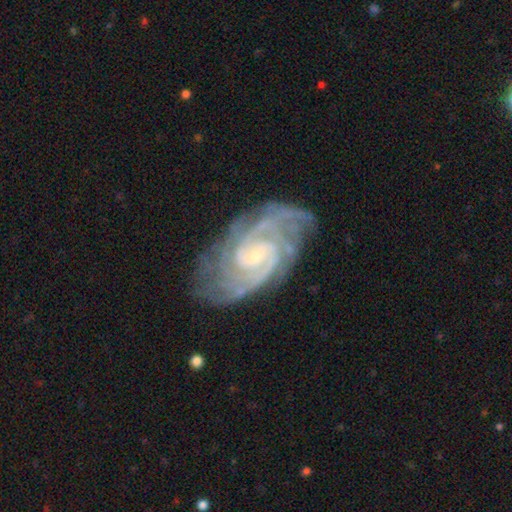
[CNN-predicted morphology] Q: Smooth or featured?
A: featured or disk (91%); runner-up: star or artifact (5%)
Q: Edge-on disk?
A: no (97%); runner-up: yes (3%)
Q: Bar?
A: no (47%); runner-up: weak (40%)
Q: Spiral arms?
A: yes (98%); runner-up: no (2%)
Q: Spiral winding?
A: tight (65%); runner-up: medium (30%)
Q: Spiral arm count?
A: 2 (33%); runner-up: 3 (19%)
Q: Bulge size?
A: small (81%); runner-up: moderate (15%)
Q: Merging?
A: none (74%); runner-up: minor disturbance (18%)